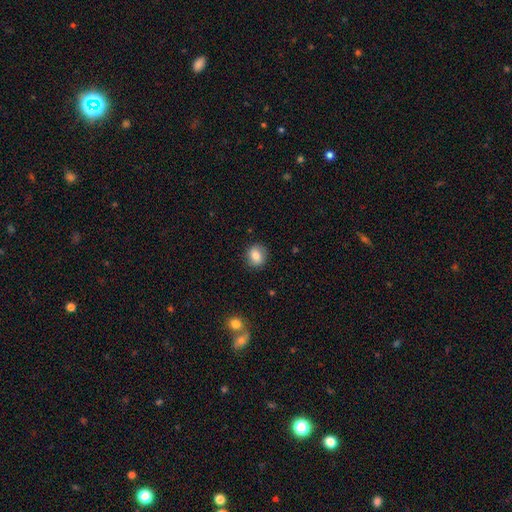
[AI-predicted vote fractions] Smooth or featured? Predicted: smooth (p=0.81). How rounded? Predicted: round (p=0.76). Merging? Predicted: none (p=0.88).